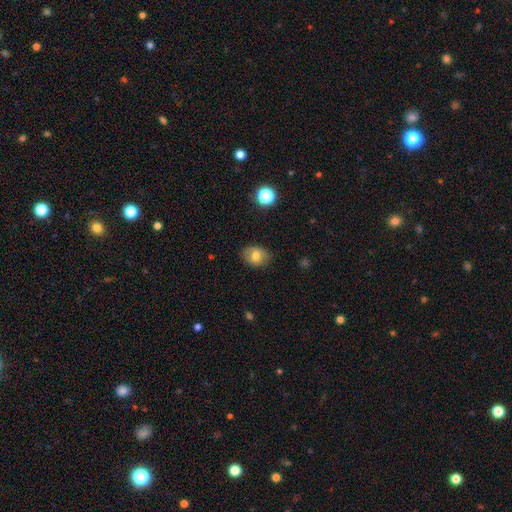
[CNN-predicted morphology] This appears to be a smooth galaxy with no disk features (72%) that is in between round and cigar-shaped (61%). Merging: none (83%).